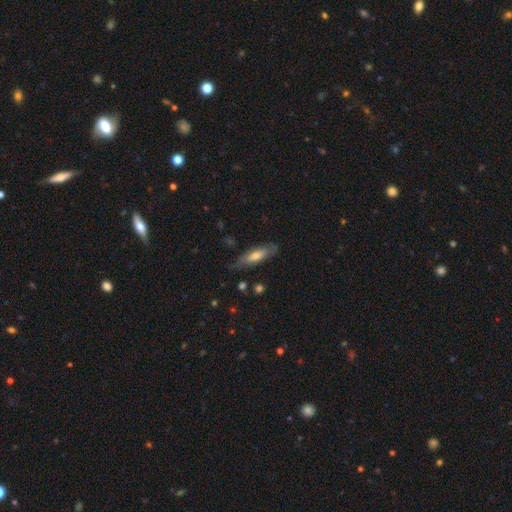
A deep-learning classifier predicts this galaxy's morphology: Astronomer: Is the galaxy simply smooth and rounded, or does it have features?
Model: smooth — 57% (runner-up: featured or disk, 37%).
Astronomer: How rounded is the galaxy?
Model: cigar-shaped — 58% (runner-up: in between, 40%).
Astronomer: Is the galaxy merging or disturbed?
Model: none — 75%.